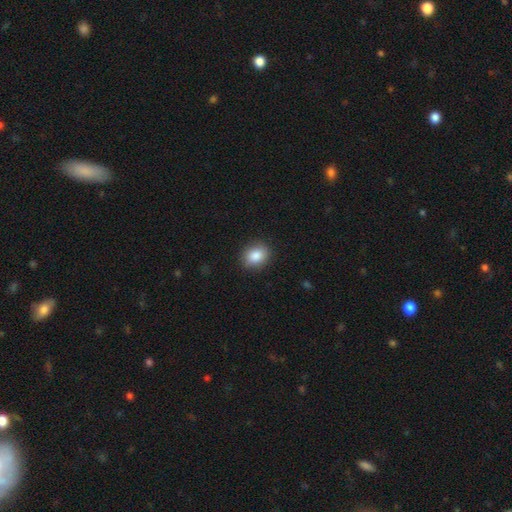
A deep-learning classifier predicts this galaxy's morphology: Smooth or featured? Predicted: smooth (p=0.86). How rounded? Predicted: round (p=0.53). Merging? Predicted: none (p=0.88).